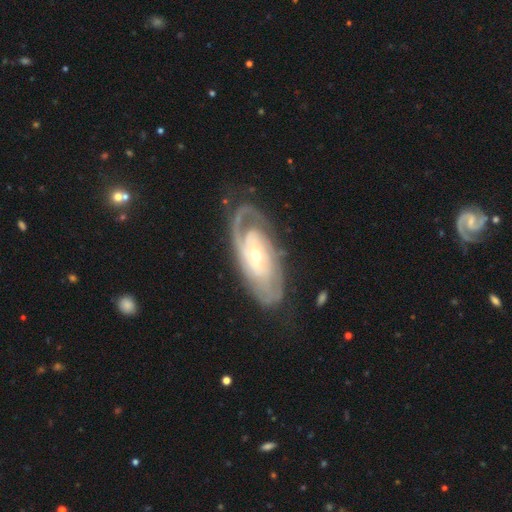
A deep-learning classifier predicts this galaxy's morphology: A featured or disk galaxy (85%) with no bar (58%), 2 (37%) tight (62%) spiral arms (91%) and a small central bulge (53%).

Vote fractions:
- Smooth or featured? featured or disk: 85% / smooth: 10% / star or artifact: 5%
- Edge-on disk? no: 92% / yes: 8%
- Bar? no: 58% / weak: 31% / strong: 11%
- Spiral arms? yes: 91% / no: 9%
- Spiral winding? tight: 62% / medium: 29% / loose: 10%
- Spiral arm count? 2: 37% / can't tell: 33% / 1: 15% / 3: 9% / 4: 3% / more than 4: 3%
- Bulge size? small: 53% / moderate: 43% / large: 3% / none: 1% / dominant: 1%
- Merging? none: 67% / minor disturbance: 19% / major disturbance: 13% / merger: 2%